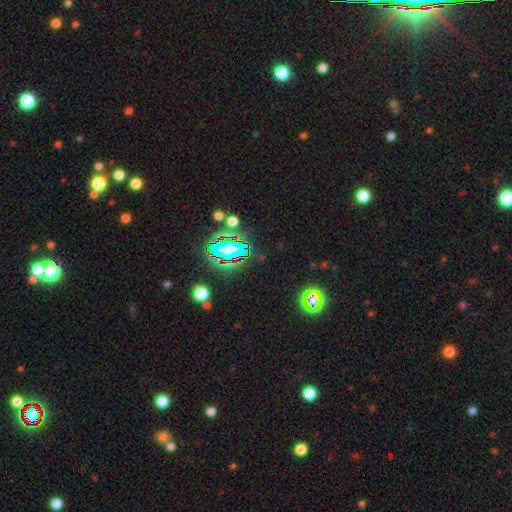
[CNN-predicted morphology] This is clearly a star or artifact rather than a galaxy (81%).